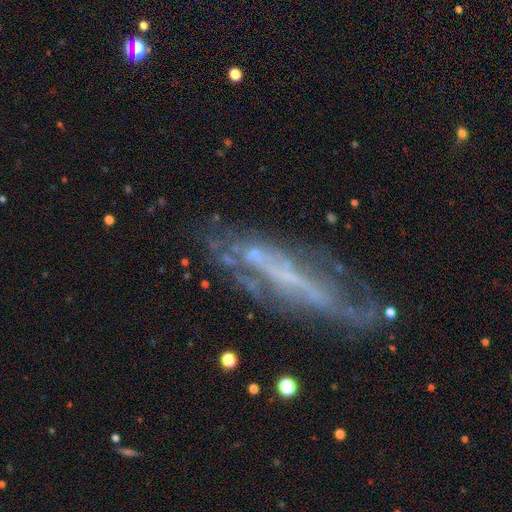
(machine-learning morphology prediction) Smooth or featured? Predicted: featured or disk (p=0.67). Edge-on disk? Predicted: no (p=0.68). Merging? Predicted: none (p=0.56).